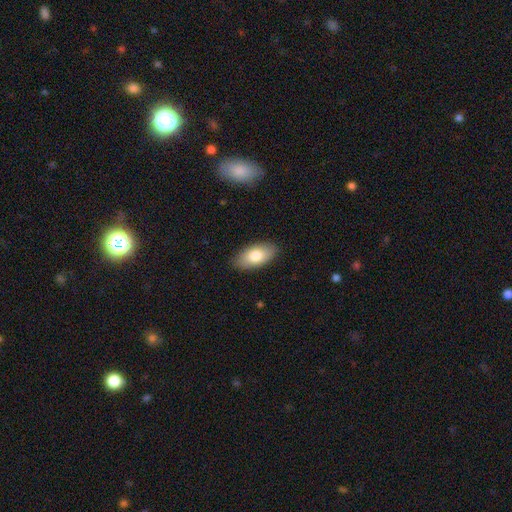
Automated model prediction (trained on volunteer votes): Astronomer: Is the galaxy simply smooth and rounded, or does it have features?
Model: smooth — 79%.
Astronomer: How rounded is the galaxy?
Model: in between — 93%.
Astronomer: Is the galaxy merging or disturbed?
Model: none — 87%.